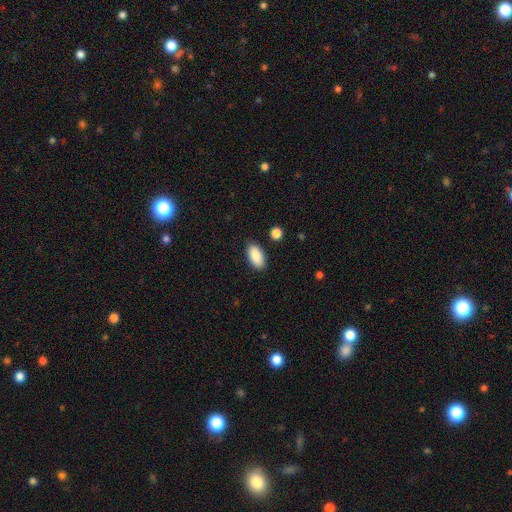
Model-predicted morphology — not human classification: Smooth or featured? smooth (89%)
How rounded? in between (92%)
Merging? none (87%)